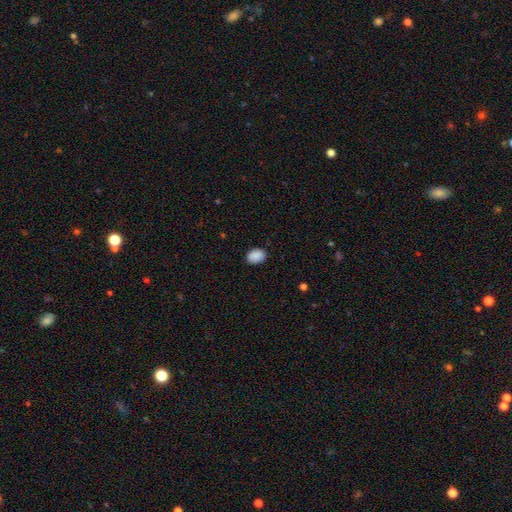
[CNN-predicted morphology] Overall: smooth (90%). How rounded: in between (75%). Merging: none (86%).